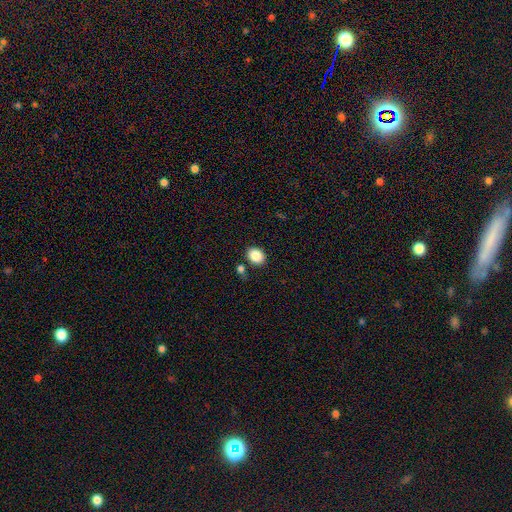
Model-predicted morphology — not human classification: A smooth galaxy with no disk features (87%) that is in between round and cigar-shaped (54%). Merging: none (81%).